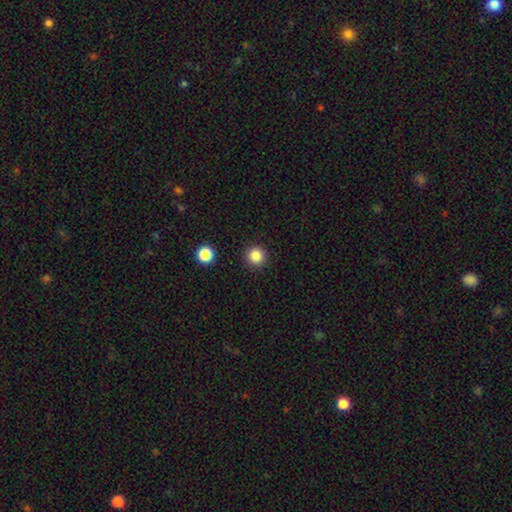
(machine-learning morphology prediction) Smooth or featured: smooth — 85% (star or artifact — 11%)
How rounded: round — 95% (in between — 4%)
Merging: none — 92% (minor disturbance — 5%)